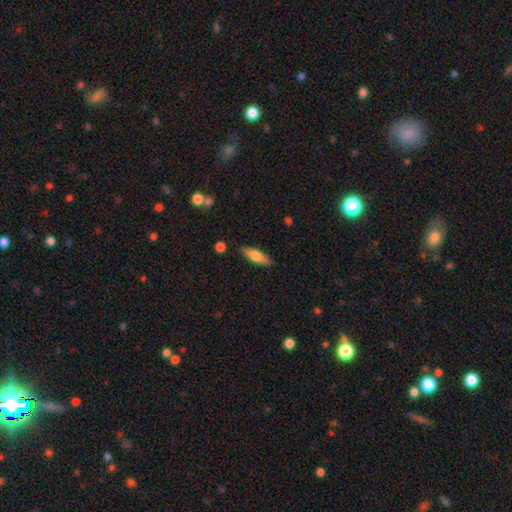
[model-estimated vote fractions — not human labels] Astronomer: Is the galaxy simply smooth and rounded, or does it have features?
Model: smooth — 67%.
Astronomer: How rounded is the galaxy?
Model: cigar-shaped — 52% (runner-up: in between, 46%).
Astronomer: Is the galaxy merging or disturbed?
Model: none — 85%.